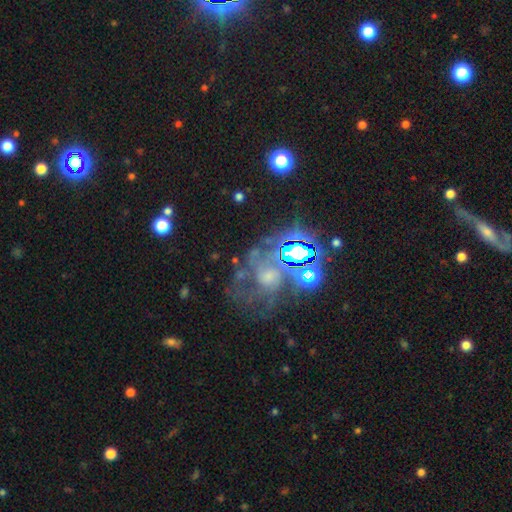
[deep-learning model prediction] Morphology: type=star or artifact (52%).